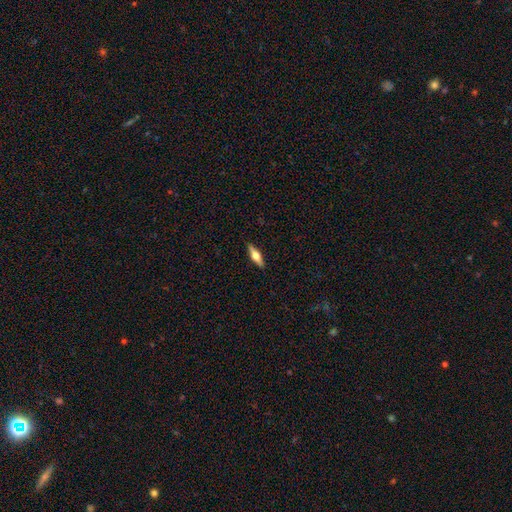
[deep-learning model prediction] Smooth or featured? featured or disk (50%)
Edge-on disk? yes (94%)
Merging? none (90%)